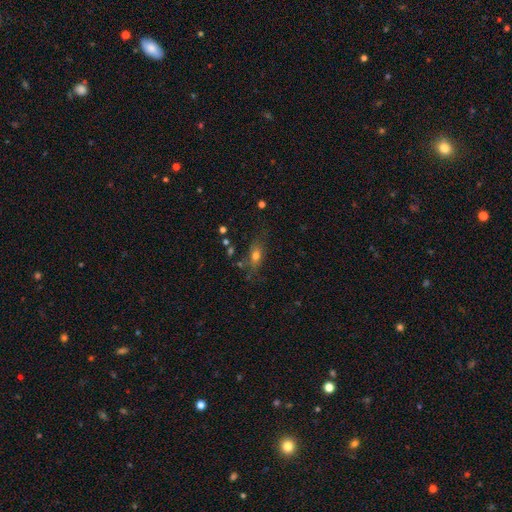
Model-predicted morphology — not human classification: smooth_or_featured: smooth (p=0.65) [alt: featured or disk p=0.22]
how_rounded: in between (p=0.72) [alt: cigar-shaped p=0.18]
merging: none (p=0.63) [alt: minor disturbance p=0.21]